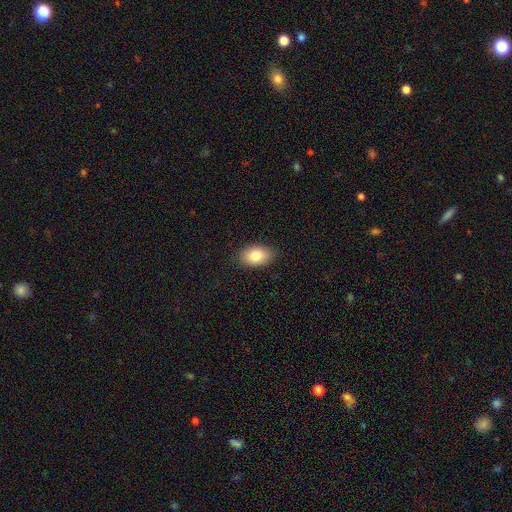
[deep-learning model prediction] Smooth or featured? smooth (81%)
How rounded? in between (89%)
Merging? none (87%)